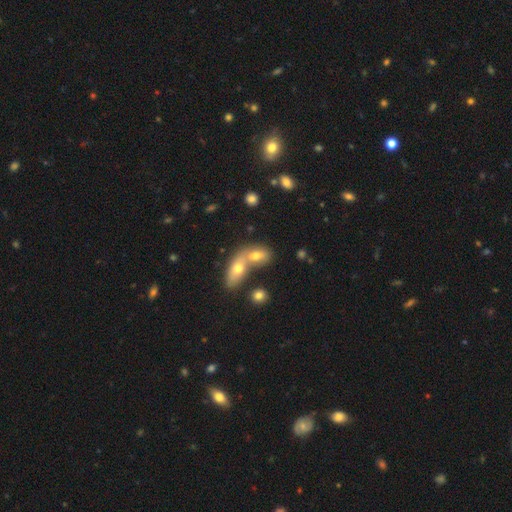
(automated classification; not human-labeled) This is likely a smooth galaxy (69%). How rounded: likely in between (80%). Merging: likely merger (67%).